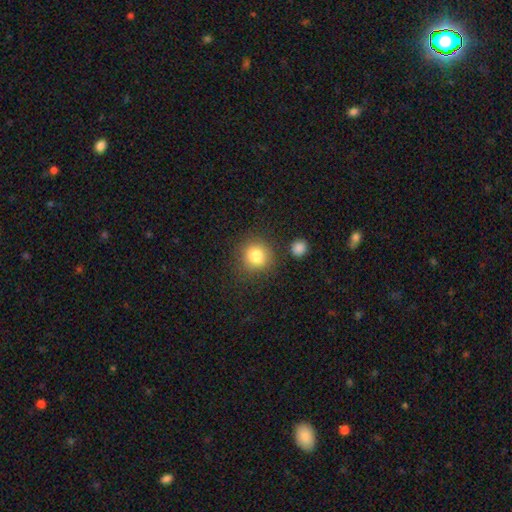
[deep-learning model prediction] smooth-or-featured: smooth: 81% | star or artifact: 11% | featured or disk: 8%
  how-rounded: round: 85% | in between: 14% | cigar-shaped: 1%
  merging: none: 76% | minor disturbance: 13% | merger: 7% | major disturbance: 4%